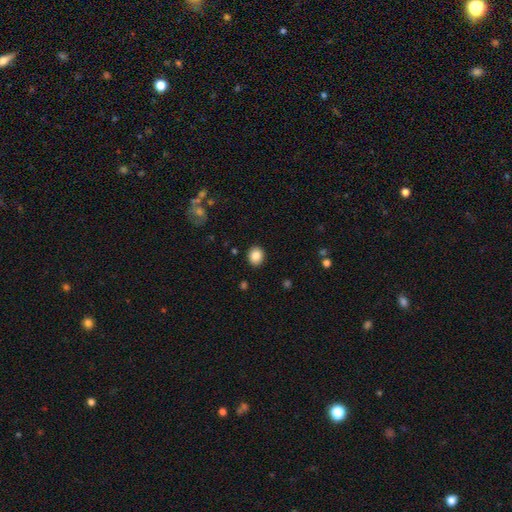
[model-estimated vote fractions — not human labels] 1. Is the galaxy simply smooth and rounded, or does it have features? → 86% smooth, 9% star or artifact, 5% featured or disk.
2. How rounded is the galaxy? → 64% round, 35% in between, 1% cigar-shaped.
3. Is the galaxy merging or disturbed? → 89% none, 7% minor disturbance, 2% major disturbance, 1% merger.